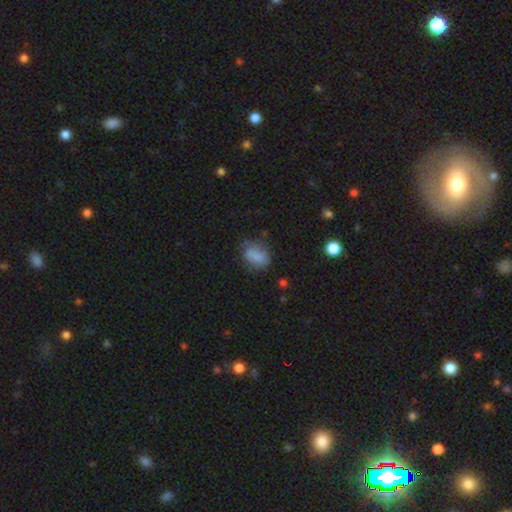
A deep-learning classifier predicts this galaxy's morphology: smooth 77%, featured or disk 13%, star or artifact 10%. Down the decision tree: how rounded — in between (78%); merging — none (57%).